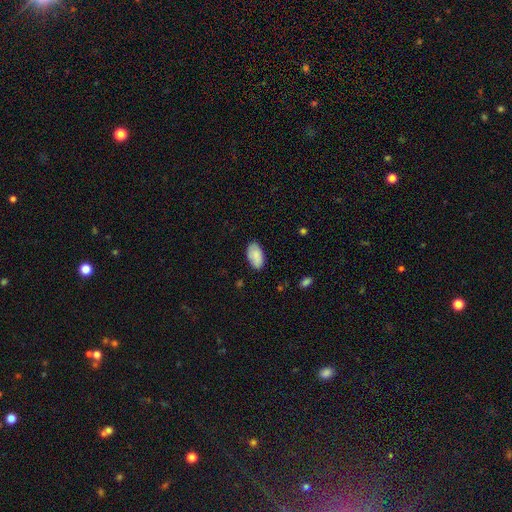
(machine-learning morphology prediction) This is clearly a smooth galaxy (87%). How rounded: clearly in between (95%). Merging: clearly none (82%).